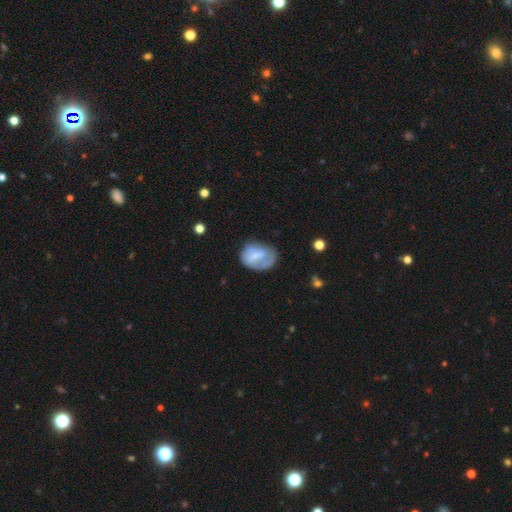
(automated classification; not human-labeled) smooth_or_featured: smooth (p=0.56) [alt: featured or disk p=0.36]
how_rounded: in between (p=0.66) [alt: round p=0.33]
merging: none (p=0.45) [alt: minor disturbance p=0.32]